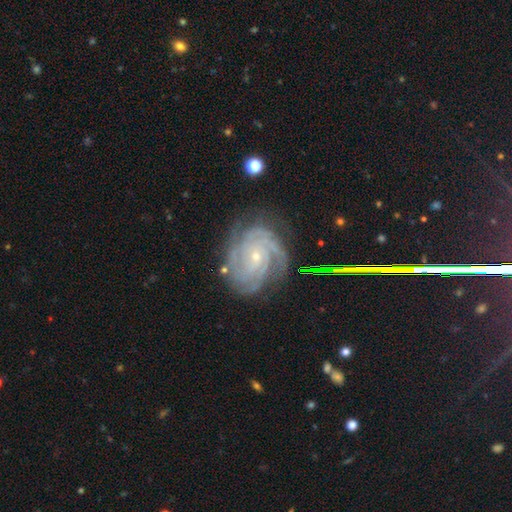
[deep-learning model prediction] smooth_or_featured: featured or disk (p=0.88) [alt: star or artifact p=0.06]
disk_edge_on: no (p=0.97) [alt: yes p=0.03]
bar: no (p=0.66) [alt: weak p=0.26]
has_spiral_arms: yes (p=0.98) [alt: no p=0.02]
spiral_winding: tight (p=0.72) [alt: medium p=0.24]
spiral_arm_count: 3 (p=0.27) [alt: 4 p=0.25]
bulge_size: small (p=0.80) [alt: moderate p=0.16]
merging: none (p=0.72) [alt: minor disturbance p=0.19]